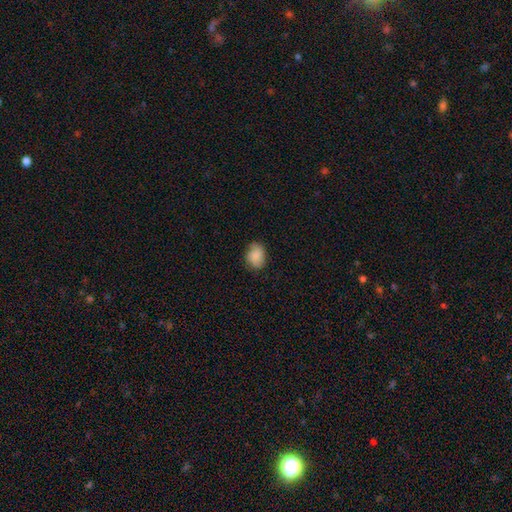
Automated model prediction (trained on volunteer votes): Smooth or featured: smooth — 83% (featured or disk — 9%)
How rounded: in between — 62% (round — 37%)
Merging: none — 76% (minor disturbance — 19%)